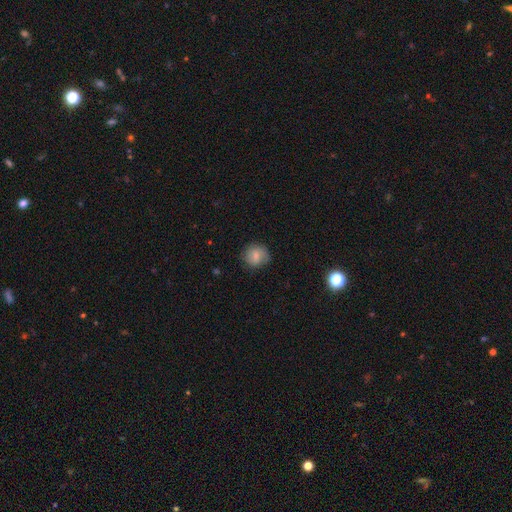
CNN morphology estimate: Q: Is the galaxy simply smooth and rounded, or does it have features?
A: smooth — 72%.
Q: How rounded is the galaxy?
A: round — 83%.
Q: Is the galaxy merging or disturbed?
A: none — 76%.